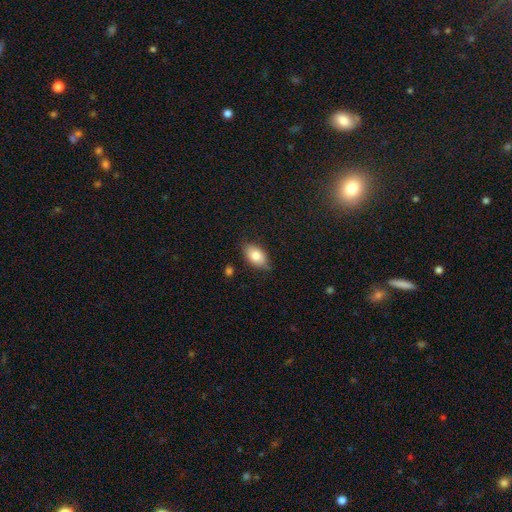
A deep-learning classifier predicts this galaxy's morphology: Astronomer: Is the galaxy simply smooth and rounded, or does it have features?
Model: smooth — 80%.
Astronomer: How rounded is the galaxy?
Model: in between — 90%.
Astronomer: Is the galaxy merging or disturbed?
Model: none — 78%.